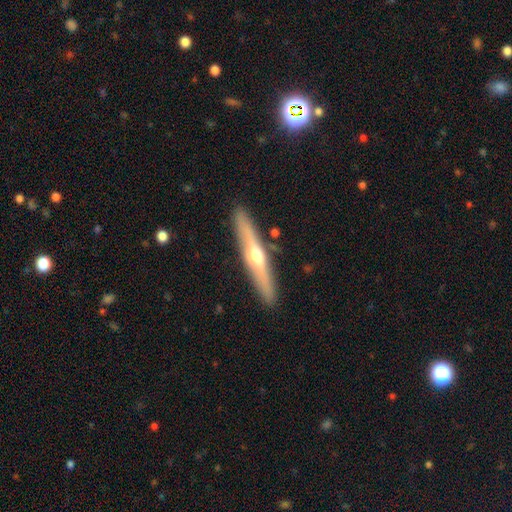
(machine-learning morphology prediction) A featured or disk galaxy (64%) viewed edge-on (94%) with a rounded central bulge (89%). Merging: none (90%).